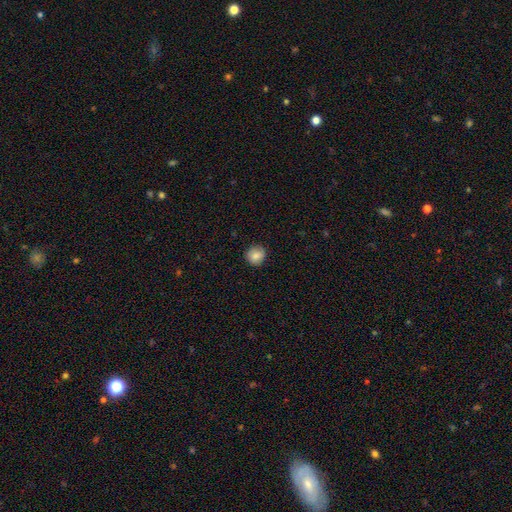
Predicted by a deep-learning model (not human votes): A smooth galaxy with no disk features (83%) that is round (89%). Merging: none (86%).